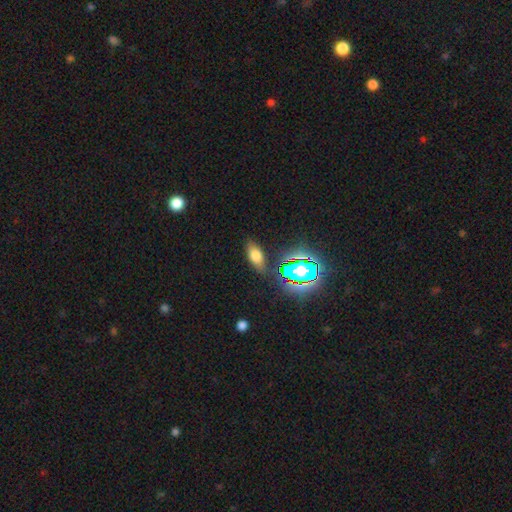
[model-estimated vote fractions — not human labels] Morphology: type=smooth (63%); roundness=in between (85%); merging=none (79%).